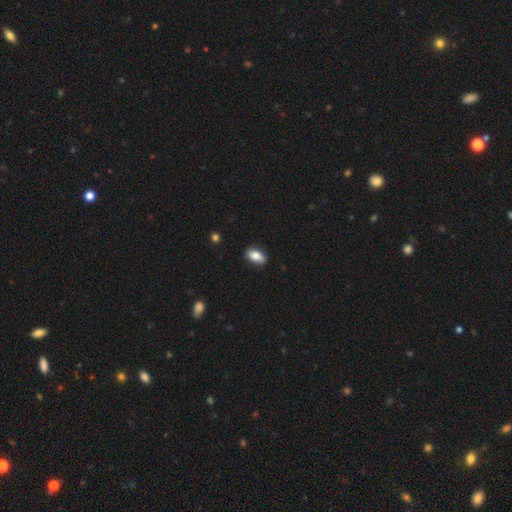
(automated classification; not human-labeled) A smooth galaxy with no disk features (79%) that is in between round and cigar-shaped (89%).

Vote fractions:
- Smooth or featured? smooth: 79% / featured or disk: 13% / star or artifact: 7%
- How rounded? in between: 89% / cigar-shaped: 6% / round: 5%
- Merging? none: 84% / minor disturbance: 12% / major disturbance: 2% / merger: 1%